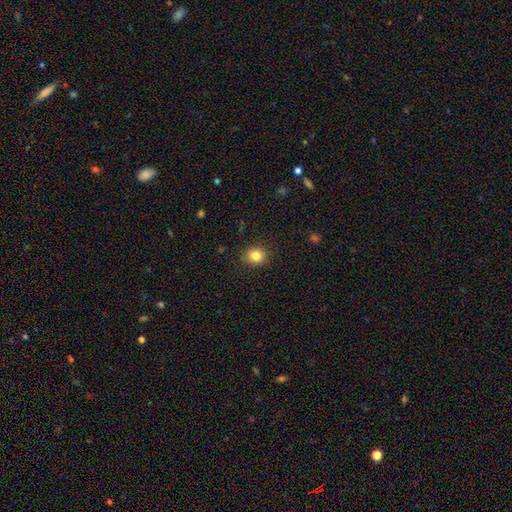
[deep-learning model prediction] This appears to be a smooth galaxy with no disk features (83%) that is round (74%). Merging: none (89%).